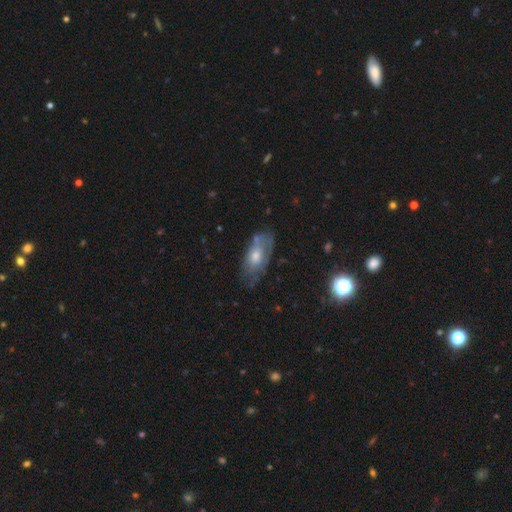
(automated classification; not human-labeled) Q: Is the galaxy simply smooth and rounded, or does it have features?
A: featured or disk — 54%.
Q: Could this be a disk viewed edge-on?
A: no — 86%.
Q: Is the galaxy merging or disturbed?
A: none — 63%.